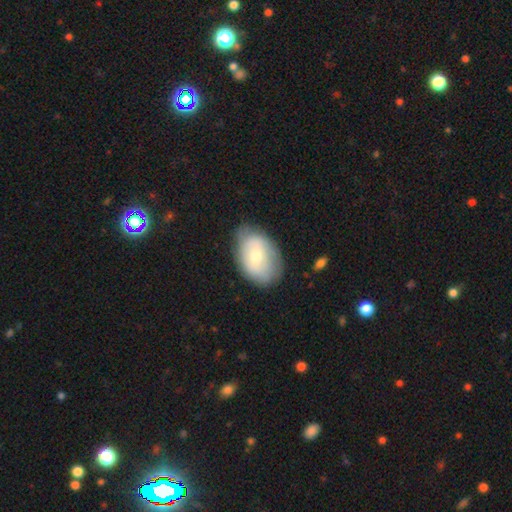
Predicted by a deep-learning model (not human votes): smooth_or_featured: smooth (p=0.54) [alt: featured or disk p=0.39]
how_rounded: in between (p=0.84) [alt: round p=0.15]
merging: none (p=0.70) [alt: minor disturbance p=0.23]